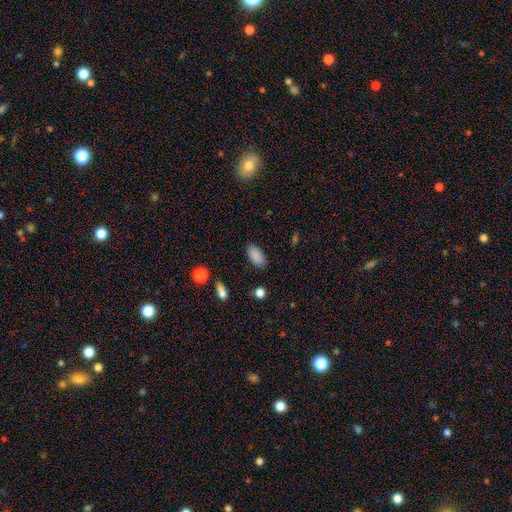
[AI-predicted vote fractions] Smooth or featured? smooth (88%)
How rounded? in between (92%)
Merging? none (86%)